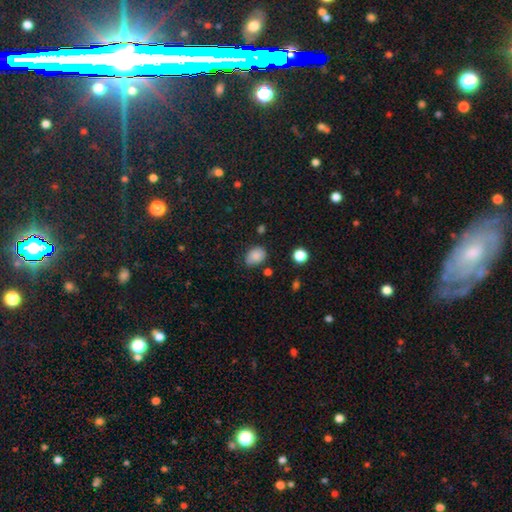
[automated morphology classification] type=smooth (84%); roundness=in between (68%); merging=none (64%).